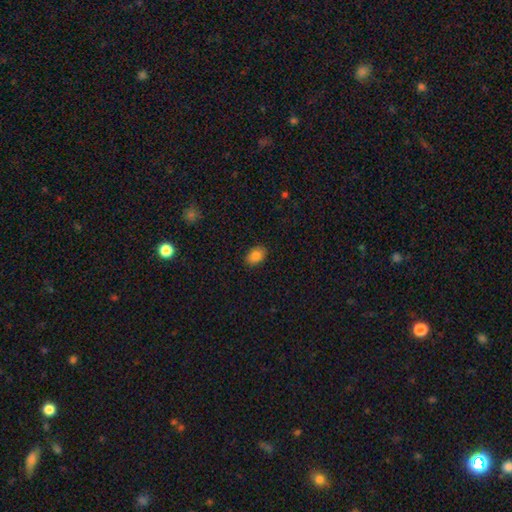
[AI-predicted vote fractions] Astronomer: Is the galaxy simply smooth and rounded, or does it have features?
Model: smooth — 85%.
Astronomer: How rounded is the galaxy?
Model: in between — 82%.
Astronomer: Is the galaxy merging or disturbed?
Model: none — 89%.